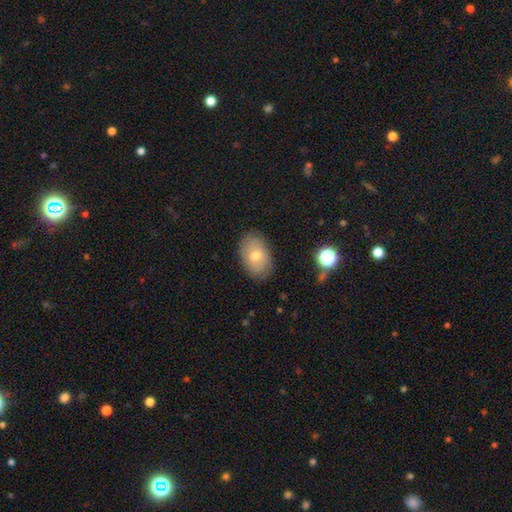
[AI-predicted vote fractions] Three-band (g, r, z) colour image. It shows a smooth galaxy with no disk features (65%) that is in between round and cigar-shaped (87%). Merging: none (82%).